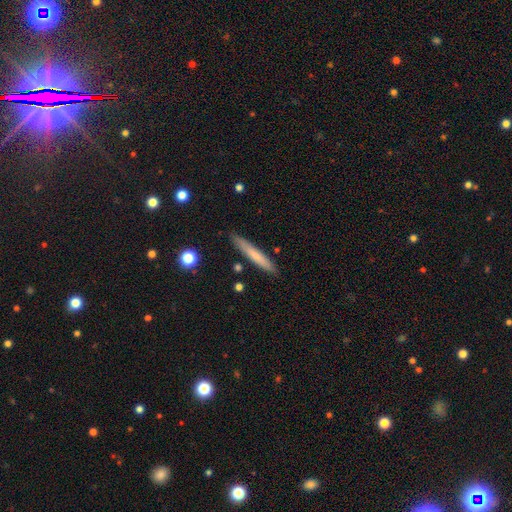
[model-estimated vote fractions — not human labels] Smooth or featured? Predicted: smooth (p=0.68). How rounded? Predicted: cigar-shaped (p=0.95). Merging? Predicted: none (p=0.87).